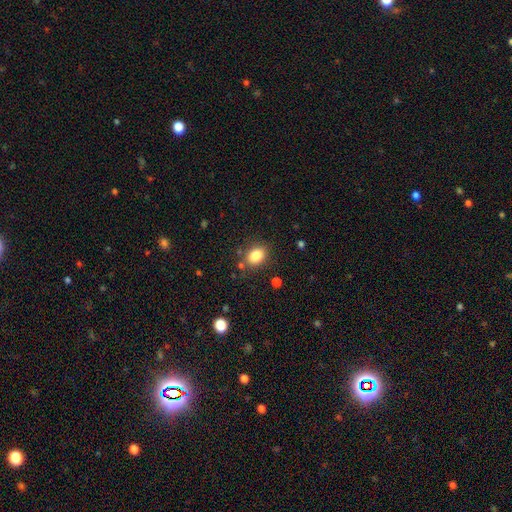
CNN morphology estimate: smooth-or-featured: smooth: 84% | star or artifact: 10% | featured or disk: 6%
  how-rounded: in between: 66% | round: 33% | cigar-shaped: 1%
  merging: none: 81% | minor disturbance: 12% | merger: 4% | major disturbance: 4%